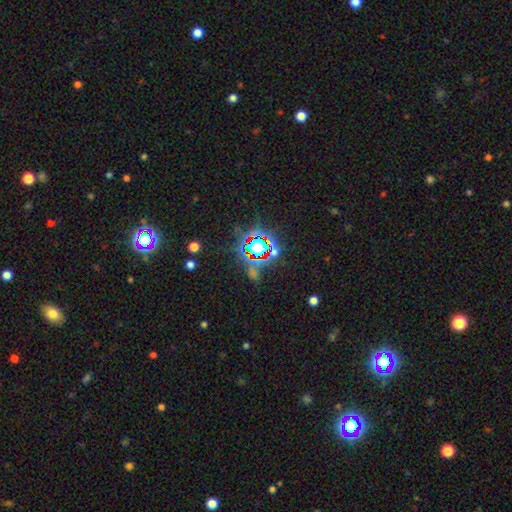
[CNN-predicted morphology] Overall: star or artifact (81%).